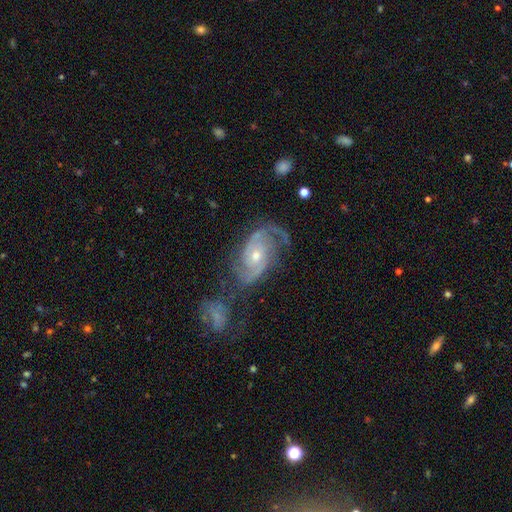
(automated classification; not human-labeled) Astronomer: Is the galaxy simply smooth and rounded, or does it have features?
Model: featured or disk — 89%.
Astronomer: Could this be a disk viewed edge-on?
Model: no — 97%.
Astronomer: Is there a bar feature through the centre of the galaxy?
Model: no — 65%.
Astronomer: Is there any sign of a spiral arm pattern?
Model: yes — 97%.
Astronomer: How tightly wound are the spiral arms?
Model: medium — 46% (runner-up: tight, 36%).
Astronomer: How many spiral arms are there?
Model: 2 — 69%.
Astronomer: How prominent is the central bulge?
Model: moderate — 54% (runner-up: small, 42%).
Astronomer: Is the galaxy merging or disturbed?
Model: none — 52%.